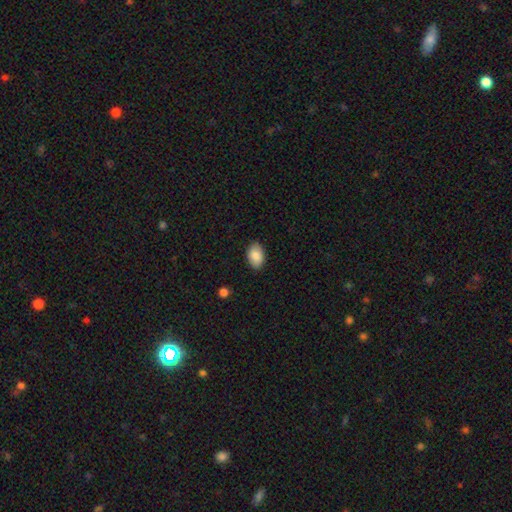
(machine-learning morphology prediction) Overall: smooth (86%). How rounded: in between (89%). Merging: none (86%).